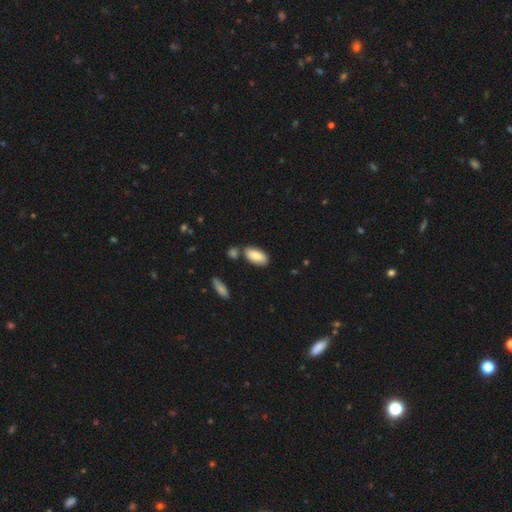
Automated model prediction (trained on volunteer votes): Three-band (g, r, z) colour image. It shows a smooth galaxy with no disk features (82%) that is in between round and cigar-shaped (89%). Merging: none (75%).